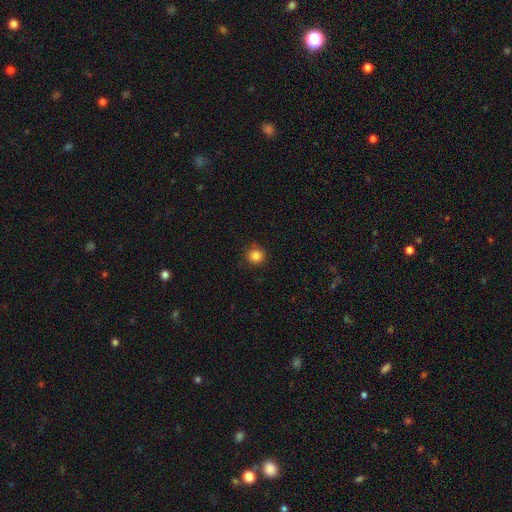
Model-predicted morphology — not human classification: A smooth galaxy with no disk features (85%) that is round (93%).

Vote fractions:
- Smooth or featured? smooth: 85% / star or artifact: 11% / featured or disk: 4%
- How rounded? round: 93% / in between: 6% / cigar-shaped: 1%
- Merging? none: 85% / minor disturbance: 11% / major disturbance: 3% / merger: 1%